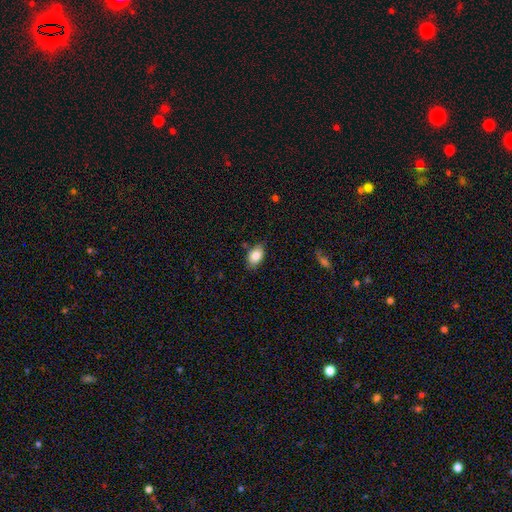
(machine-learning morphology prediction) type=smooth (85%); roundness=in between (87%); merging=none (78%).